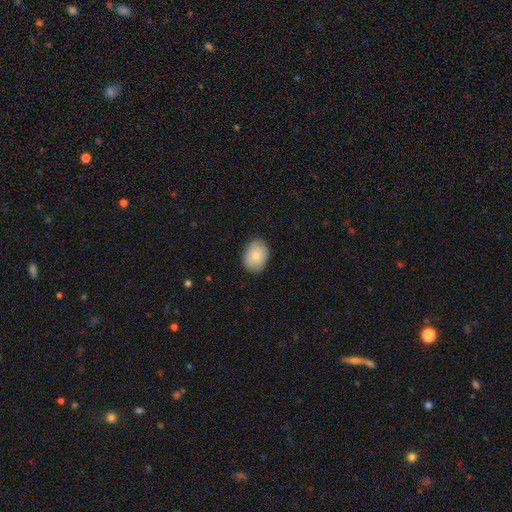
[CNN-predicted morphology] Smooth or featured: smooth — 79% (featured or disk — 14%)
How rounded: in between — 67% (round — 33%)
Merging: none — 85% (minor disturbance — 11%)